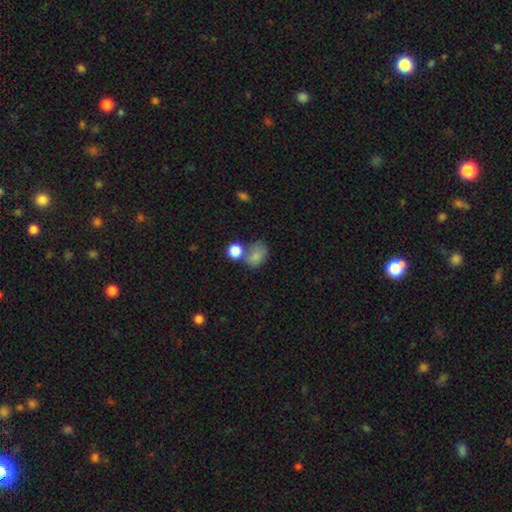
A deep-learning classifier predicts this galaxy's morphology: Q: Smooth or featured?
A: smooth (78%); runner-up: star or artifact (11%)
Q: How rounded?
A: in between (63%); runner-up: round (36%)
Q: Merging?
A: none (36%); runner-up: merger (35%)